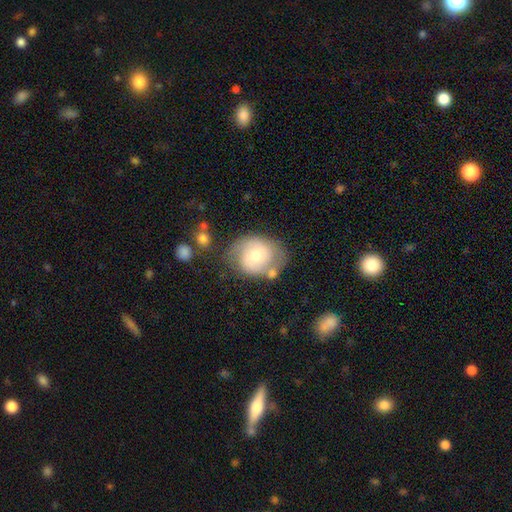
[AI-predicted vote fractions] This is possibly a featured or disk galaxy (50%). Merging: possibly none (59%).